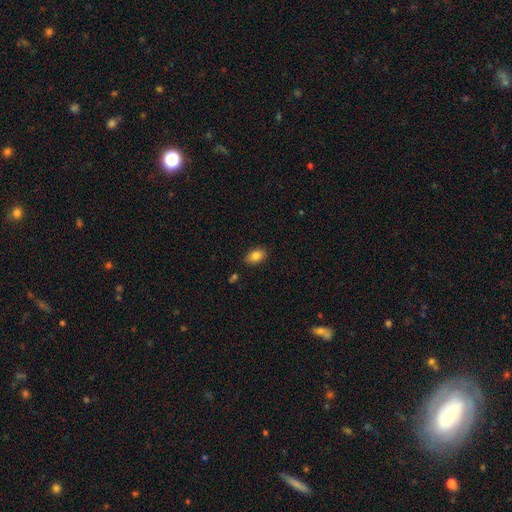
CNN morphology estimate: Q: Smooth or featured?
A: smooth (84%); runner-up: star or artifact (9%)
Q: How rounded?
A: in between (85%); runner-up: round (14%)
Q: Merging?
A: none (85%); runner-up: minor disturbance (11%)